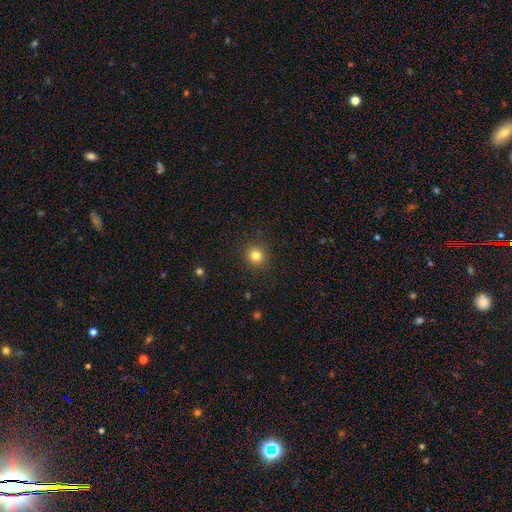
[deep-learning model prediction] Smooth or featured?
  - smooth: 81% *
  - star or artifact: 13%
  - featured or disk: 6%
How rounded?
  - round: 91% *
  - in between: 8%
  - cigar-shaped: 1%
Merging?
  - none: 91% *
  - minor disturbance: 6%
  - major disturbance: 2%
  - merger: 1%